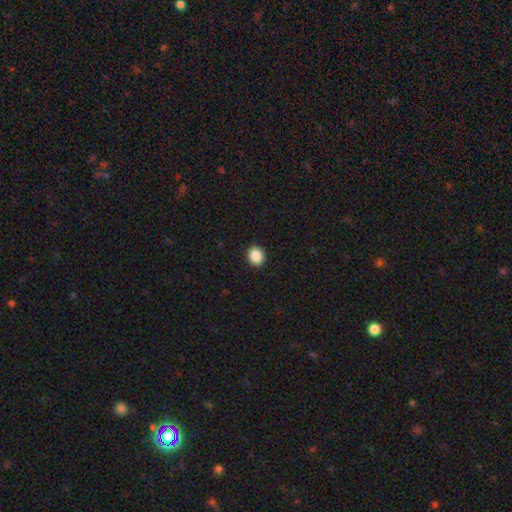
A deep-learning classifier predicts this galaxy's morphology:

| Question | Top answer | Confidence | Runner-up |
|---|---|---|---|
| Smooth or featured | smooth | 89% | star or artifact (9%) |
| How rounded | round | 73% | in between (26%) |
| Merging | none | 92% | minor disturbance (5%) |